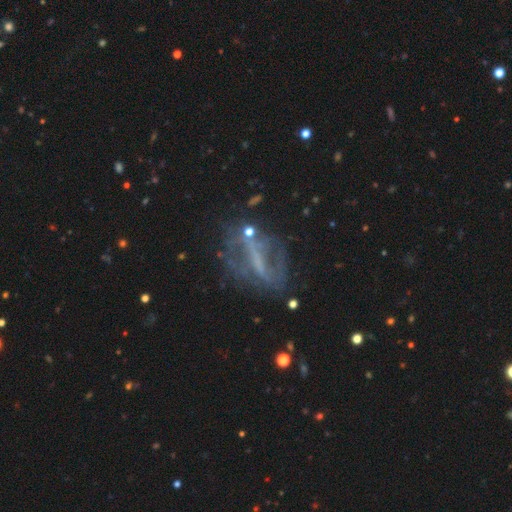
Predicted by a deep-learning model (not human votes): A featured or disk galaxy (61%).

Vote fractions:
- Smooth or featured? featured or disk: 61% / smooth: 20% / star or artifact: 19%
- Edge-on disk? no: 80% / yes: 20%
- Merging? none: 51% / major disturbance: 23% / minor disturbance: 19% / merger: 7%